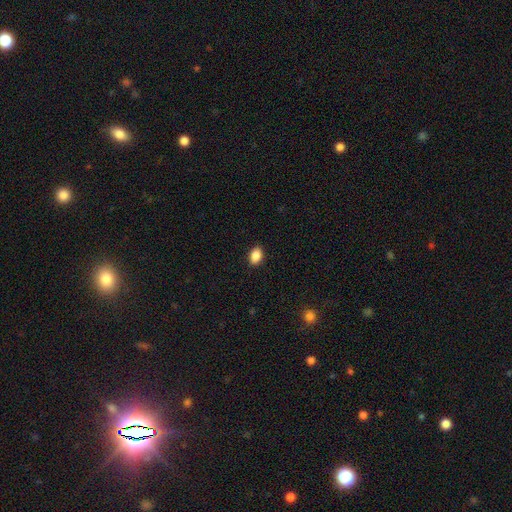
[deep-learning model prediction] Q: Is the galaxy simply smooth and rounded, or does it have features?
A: smooth — 88%.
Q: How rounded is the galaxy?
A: in between — 85%.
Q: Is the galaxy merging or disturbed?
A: none — 90%.